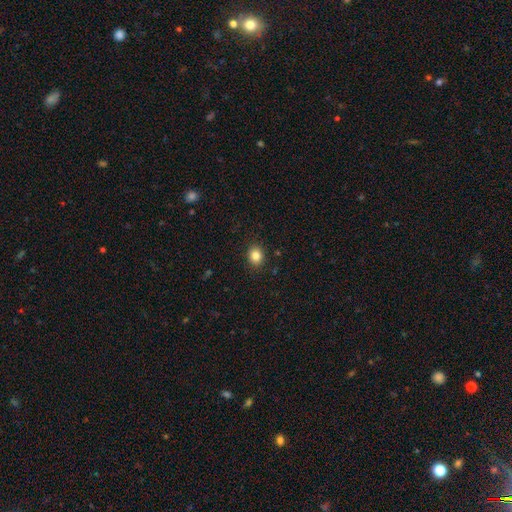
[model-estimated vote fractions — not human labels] smooth 84%, star or artifact 11%, featured or disk 5%. Down the decision tree: how rounded — round (64%); merging — none (90%).